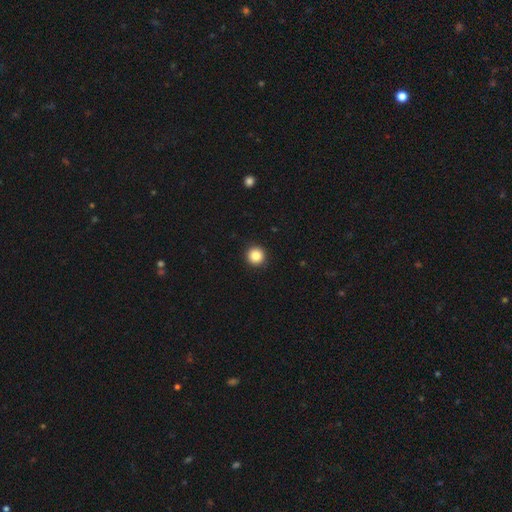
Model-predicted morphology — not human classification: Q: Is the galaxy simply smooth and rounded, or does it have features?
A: smooth — 86%.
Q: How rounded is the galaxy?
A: round — 96%.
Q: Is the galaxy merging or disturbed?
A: none — 93%.